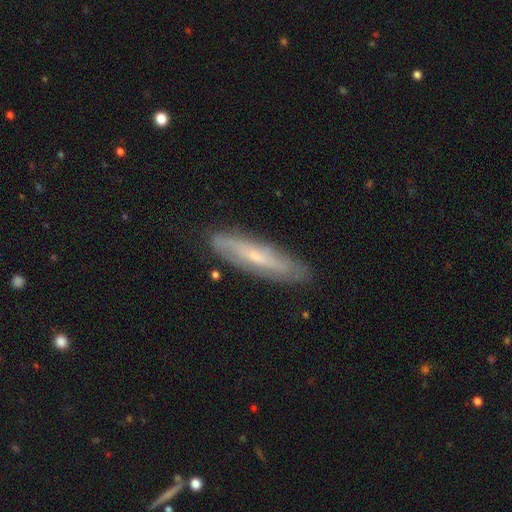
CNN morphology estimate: A featured or disk galaxy (60%).

Vote fractions:
- Smooth or featured? featured or disk: 60% / smooth: 33% / star or artifact: 7%
- Edge-on disk? no: 52% / yes: 48%
- Merging? none: 83% / minor disturbance: 13% / major disturbance: 3% / merger: 2%